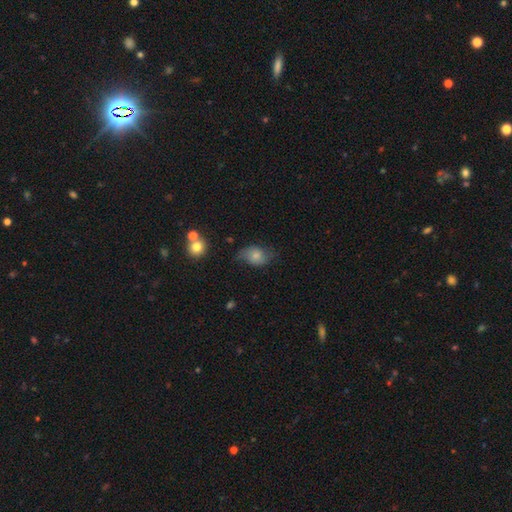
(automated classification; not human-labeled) A smooth galaxy with no disk features (63%) that is in between round and cigar-shaped (71%). Merging: none (51%).